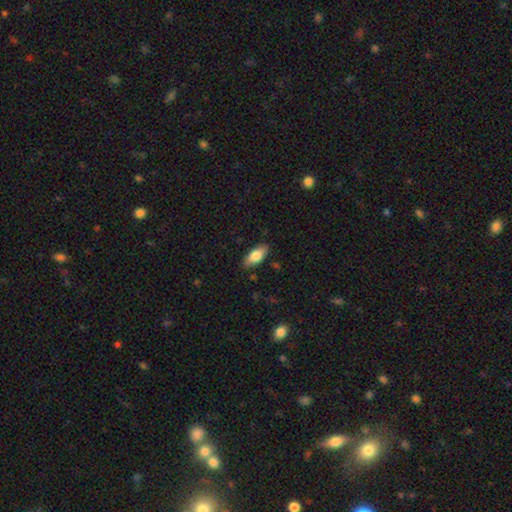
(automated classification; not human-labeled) Overall: smooth (80%). How rounded: in between (85%). Merging: none (85%).